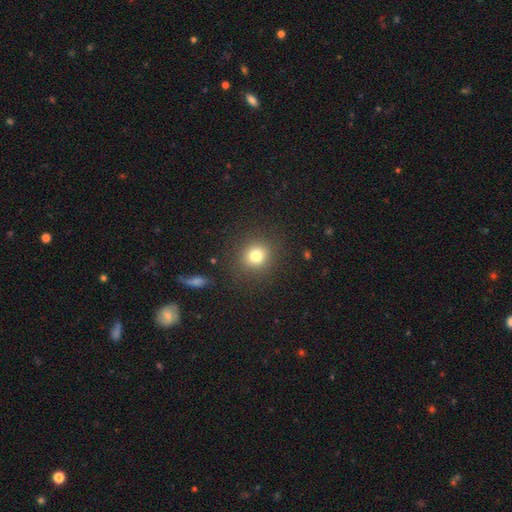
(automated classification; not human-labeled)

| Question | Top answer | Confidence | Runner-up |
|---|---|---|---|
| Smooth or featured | smooth | 79% | star or artifact (13%) |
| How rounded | round | 87% | in between (12%) |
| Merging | none | 88% | minor disturbance (7%) |